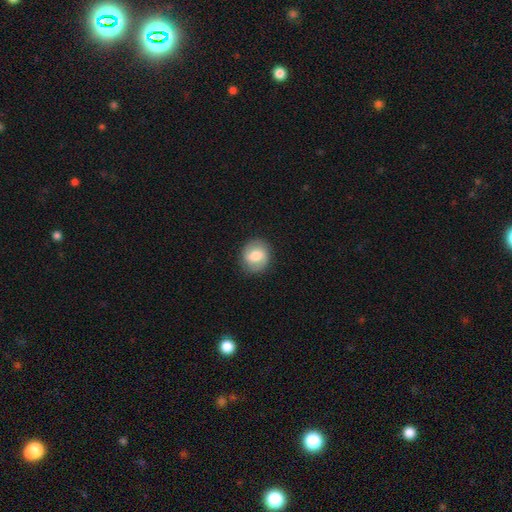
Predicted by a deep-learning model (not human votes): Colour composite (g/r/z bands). It shows a smooth galaxy with no disk features (57%) that is round (77%). Merging: none (85%).